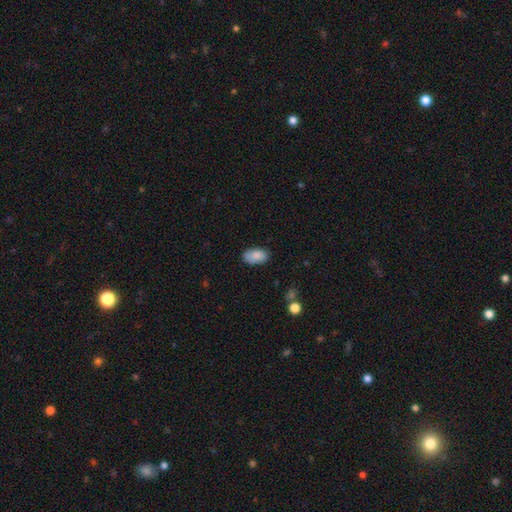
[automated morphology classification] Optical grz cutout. It shows a smooth galaxy with no disk features (84%) that is in between round and cigar-shaped (93%). Merging: none (75%).